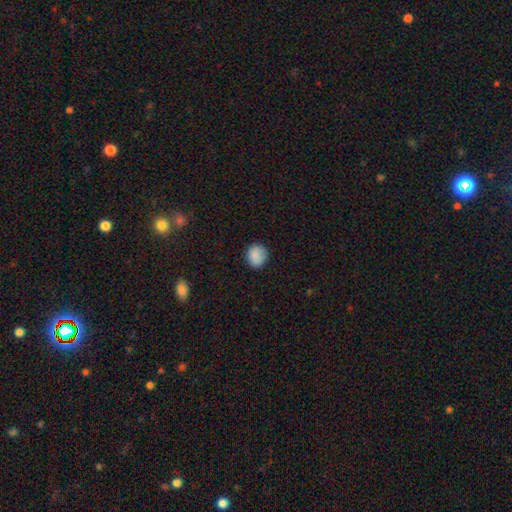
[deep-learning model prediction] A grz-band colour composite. It shows a smooth galaxy with no disk features (87%) that is round (76%). Merging: none (84%).